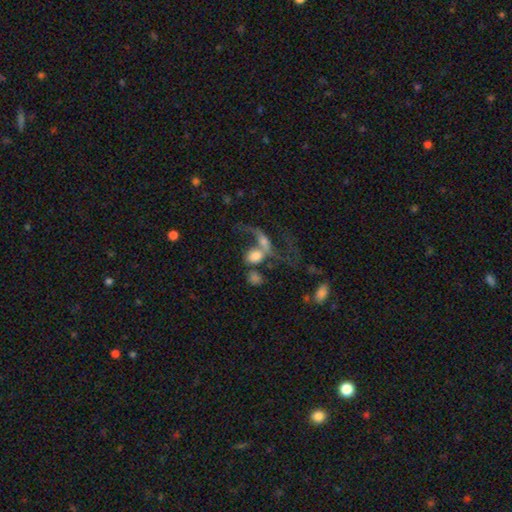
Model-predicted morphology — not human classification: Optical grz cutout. It shows a smooth galaxy with no disk features (53%) that is in between round and cigar-shaped (58%). Merging: merger (63%).